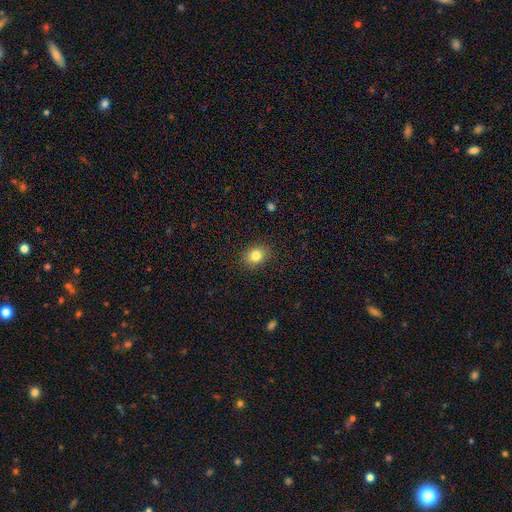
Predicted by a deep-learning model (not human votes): Morphology: type=smooth (83%); roundness=round (53%); merging=none (88%).